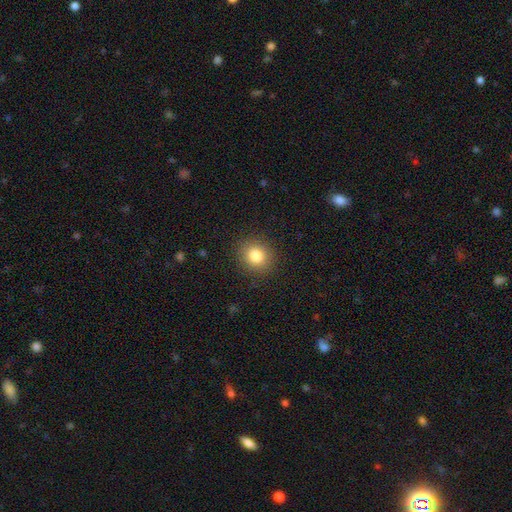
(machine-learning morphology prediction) Smooth or featured? Predicted: smooth (p=0.83). How rounded? Predicted: round (p=0.77). Merging? Predicted: none (p=0.89).